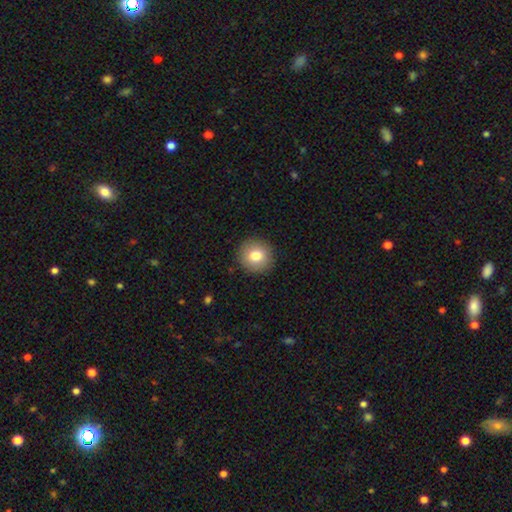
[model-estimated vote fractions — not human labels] A smooth galaxy with no disk features (79%) that is round (92%). Merging: none (91%).